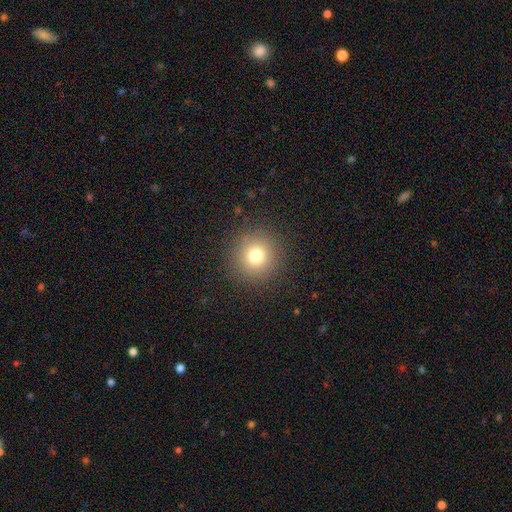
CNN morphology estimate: smooth_or_featured: smooth (p=0.77) [alt: star or artifact p=0.15]
how_rounded: round (p=0.94) [alt: in between p=0.05]
merging: none (p=0.90) [alt: minor disturbance p=0.06]